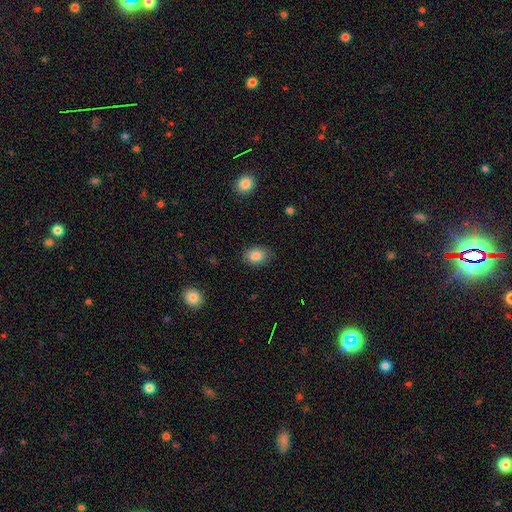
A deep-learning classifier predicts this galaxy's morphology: Smooth or featured: smooth — 85% (star or artifact — 8%)
How rounded: in between — 74% (round — 25%)
Merging: none — 83% (minor disturbance — 13%)